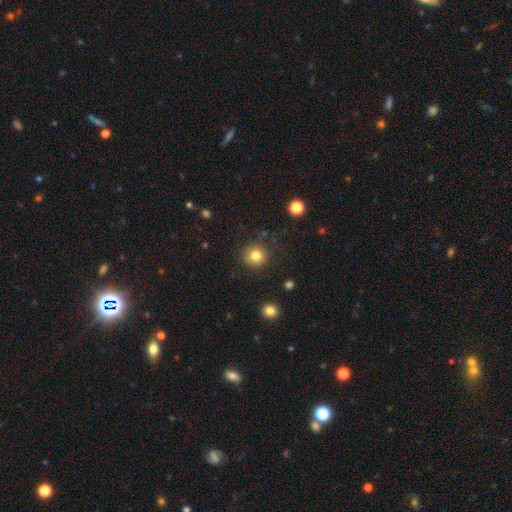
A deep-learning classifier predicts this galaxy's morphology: This appears to be a smooth galaxy with no disk features (82%) that is round (93%). Merging: none (86%).